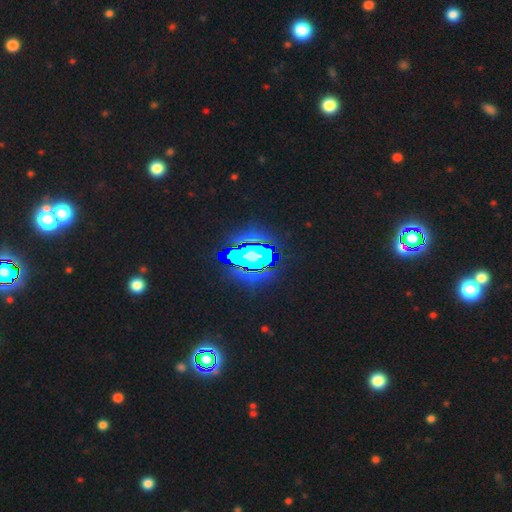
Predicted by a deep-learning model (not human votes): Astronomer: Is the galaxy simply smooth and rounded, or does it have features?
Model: star or artifact — 53%.